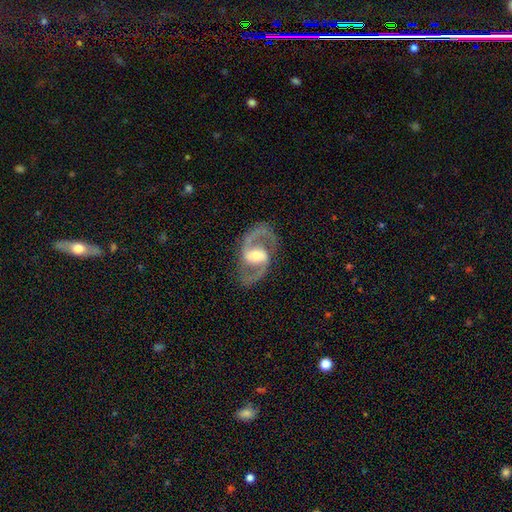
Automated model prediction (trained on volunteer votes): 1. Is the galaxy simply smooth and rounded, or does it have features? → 91% featured or disk, 5% smooth, 4% star or artifact.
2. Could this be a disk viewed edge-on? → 97% no, 3% yes.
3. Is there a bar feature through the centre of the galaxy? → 42% weak, 41% strong, 17% no.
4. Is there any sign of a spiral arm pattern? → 96% yes, 4% no.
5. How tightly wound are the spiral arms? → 62% medium, 26% loose, 12% tight.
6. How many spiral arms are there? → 94% 2, 2% can't tell, 1% 1, 1% 3, 1% 4, 1% more than 4.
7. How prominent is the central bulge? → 56% moderate, 32% small, 9% large, 2% none, 1% dominant.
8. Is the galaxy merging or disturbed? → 84% none, 10% minor disturbance, 5% major disturbance, 1% merger.